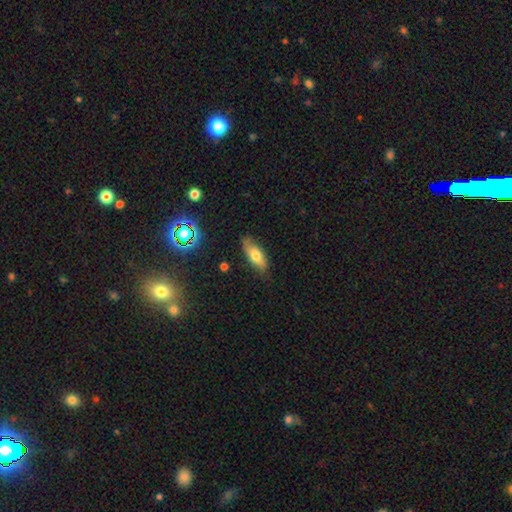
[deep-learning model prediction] Morphology: type=smooth (69%); roundness=in between (75%); merging=none (76%).